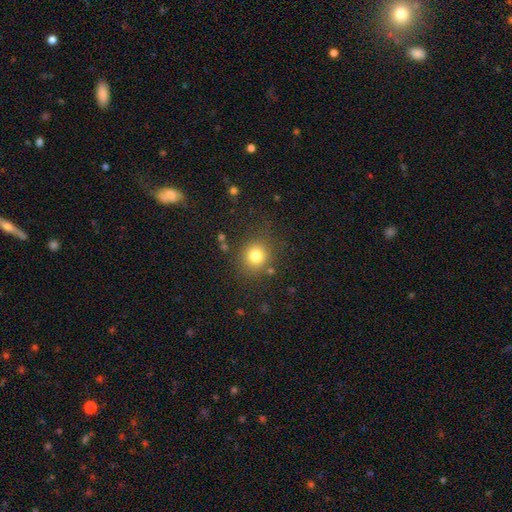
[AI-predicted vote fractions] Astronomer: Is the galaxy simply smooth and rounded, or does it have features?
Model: smooth — 79%.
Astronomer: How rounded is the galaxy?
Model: round — 87%.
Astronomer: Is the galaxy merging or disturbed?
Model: none — 80%.